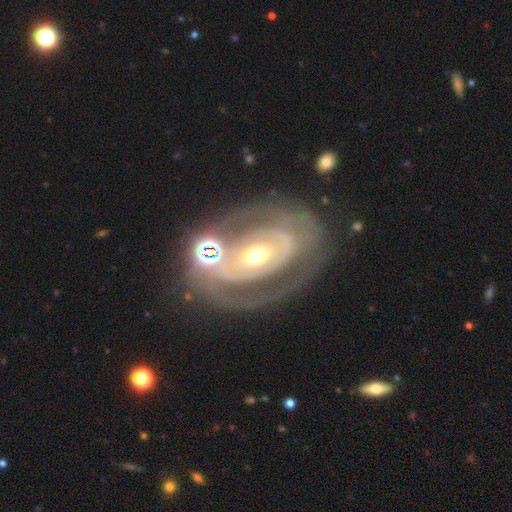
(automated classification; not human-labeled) Q: Smooth or featured?
A: featured or disk (82%); runner-up: smooth (12%)
Q: Edge-on disk?
A: no (95%); runner-up: yes (5%)
Q: Bar?
A: no (59%); runner-up: weak (25%)
Q: Spiral arms?
A: yes (68%); runner-up: no (32%)
Q: Spiral winding?
A: tight (61%); runner-up: medium (27%)
Q: Spiral arm count?
A: 2 (42%); runner-up: can't tell (32%)
Q: Bulge size?
A: moderate (63%); runner-up: small (29%)
Q: Merging?
A: none (62%); runner-up: minor disturbance (18%)